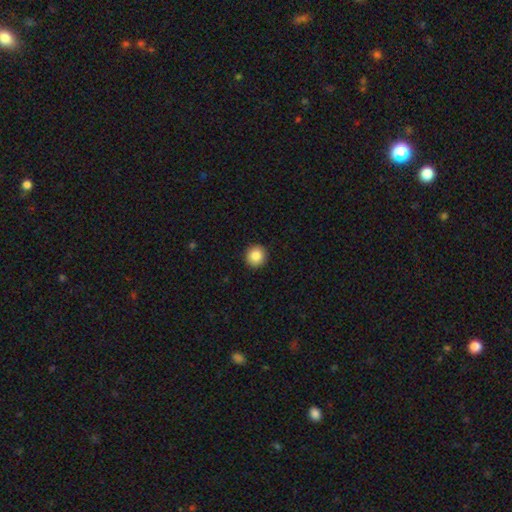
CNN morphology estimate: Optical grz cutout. It shows a smooth galaxy with no disk features (86%) that is round (95%). Merging: none (93%).